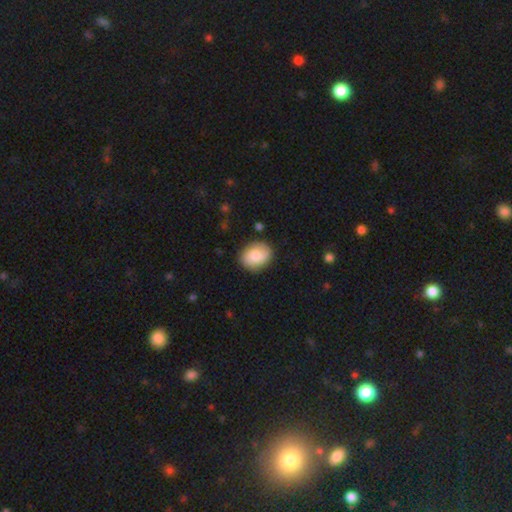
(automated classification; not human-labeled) Smooth or featured?
  - smooth: 80% *
  - featured or disk: 13%
  - star or artifact: 6%
How rounded?
  - in between: 58% *
  - round: 41%
  - cigar-shaped: 1%
Merging?
  - none: 83% *
  - minor disturbance: 13%
  - major disturbance: 3%
  - merger: 1%